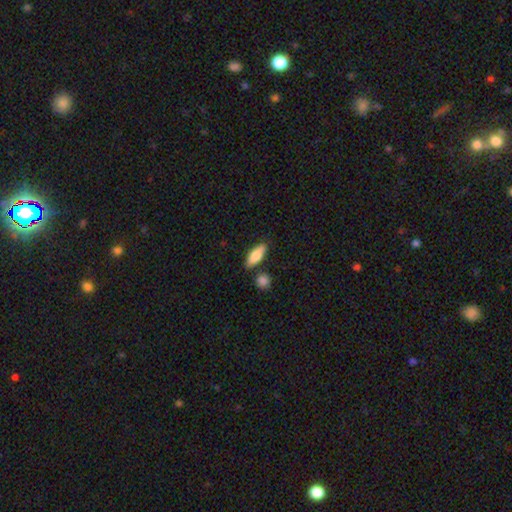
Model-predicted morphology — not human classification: Smooth or featured? smooth (76%)
How rounded? in between (69%)
Merging? none (79%)